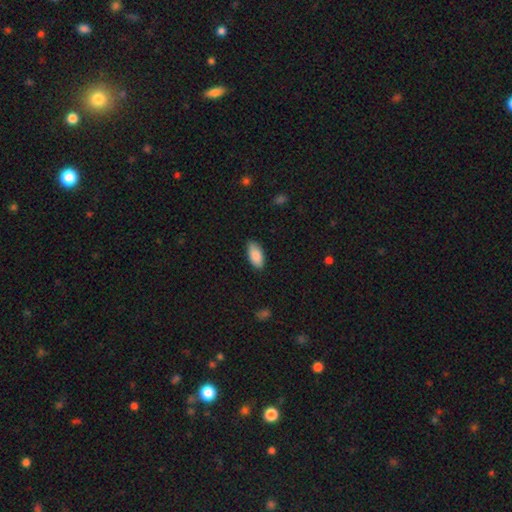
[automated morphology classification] smooth-or-featured: smooth: 88% | star or artifact: 6% | featured or disk: 6%
  how-rounded: in between: 92% | cigar-shaped: 6% | round: 2%
  merging: none: 83% | minor disturbance: 14% | major disturbance: 2% | merger: 1%